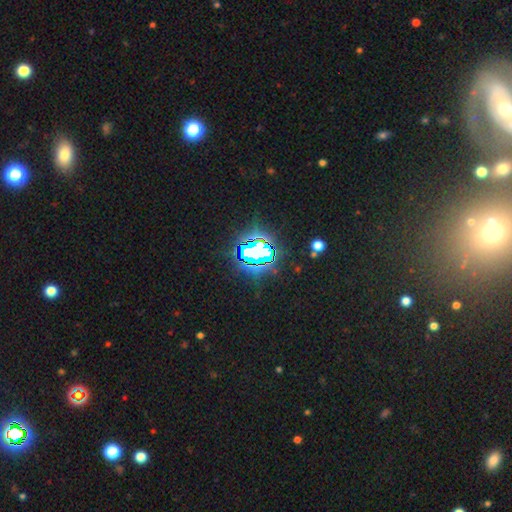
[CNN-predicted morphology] Smooth or featured?
  - star or artifact: 76% *
  - smooth: 12%
  - featured or disk: 11%